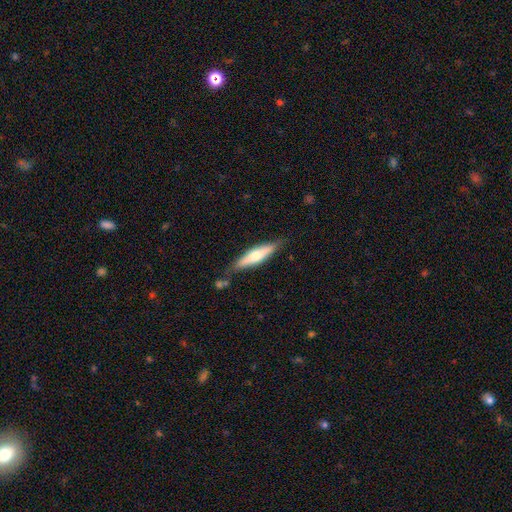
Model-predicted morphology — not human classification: smooth-or-featured: smooth: 50% | featured or disk: 44% | star or artifact: 6%
  how-rounded: cigar-shaped: 73% | in between: 26% | round: 2%
  merging: none: 75% | minor disturbance: 17% | merger: 4% | major disturbance: 4%